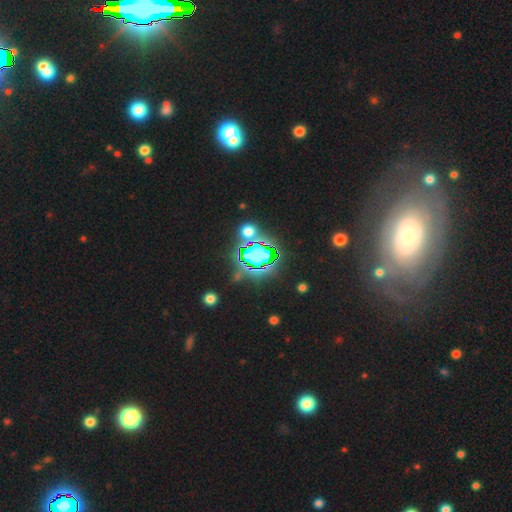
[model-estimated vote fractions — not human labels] Smooth or featured?
  - star or artifact: 41% *
  - featured or disk: 34%
  - smooth: 25%